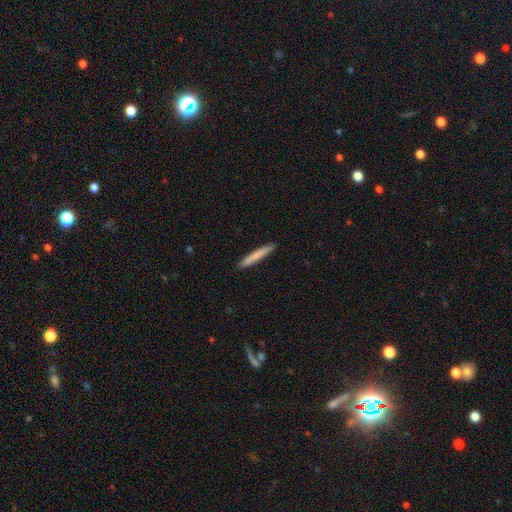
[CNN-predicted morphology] type=smooth (76%); roundness=cigar-shaped (96%); merging=none (92%).